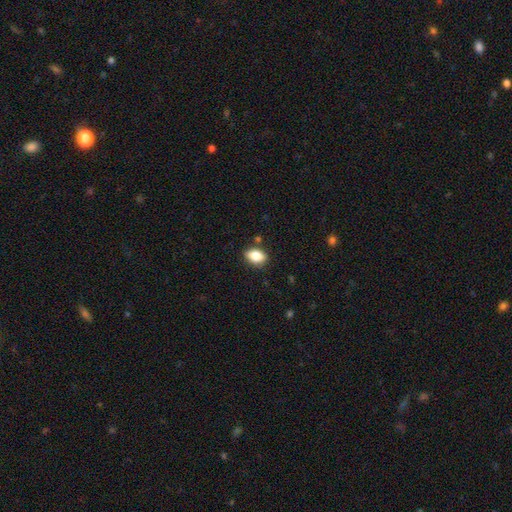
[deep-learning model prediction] Q: Smooth or featured?
A: smooth (84%); runner-up: star or artifact (8%)
Q: How rounded?
A: in between (82%); runner-up: round (16%)
Q: Merging?
A: none (80%); runner-up: minor disturbance (14%)